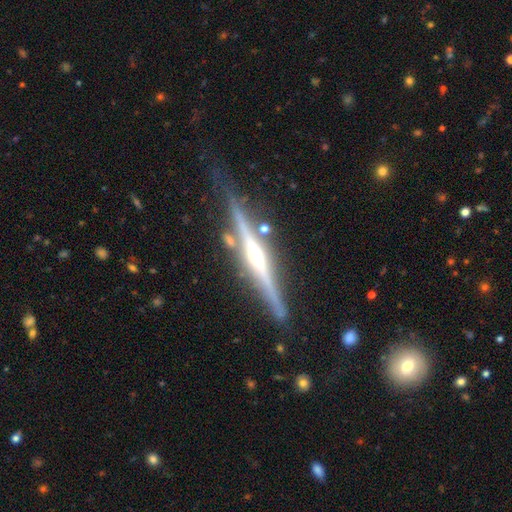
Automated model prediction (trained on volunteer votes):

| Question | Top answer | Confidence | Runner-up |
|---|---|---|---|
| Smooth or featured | featured or disk | 85% | smooth (9%) |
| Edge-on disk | yes | 98% | no (2%) |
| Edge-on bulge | rounded | 86% | none (8%) |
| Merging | none | 79% | minor disturbance (14%) |